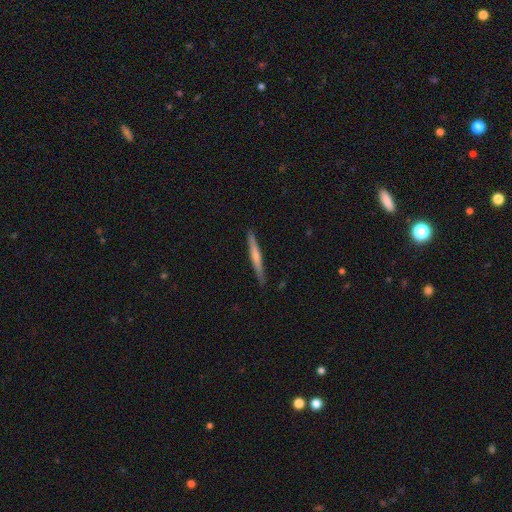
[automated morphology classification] Smooth or featured? Predicted: smooth (p=0.50). How rounded? Predicted: cigar-shaped (p=0.96). Merging? Predicted: none (p=0.89).